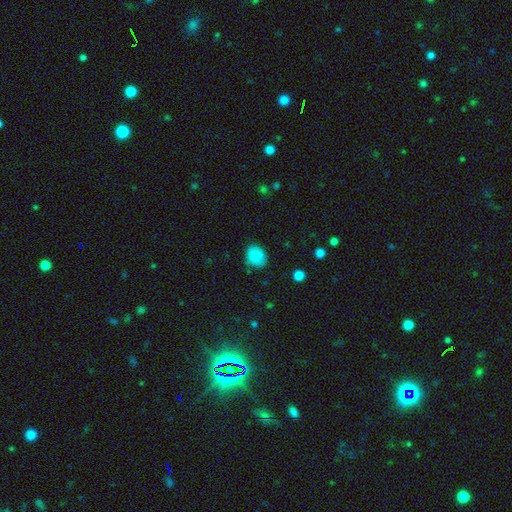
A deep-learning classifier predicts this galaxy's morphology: smooth_or_featured: smooth (p=0.80) [alt: featured or disk p=0.11]
how_rounded: round (p=0.62) [alt: in between p=0.37]
merging: none (p=0.79) [alt: minor disturbance p=0.16]